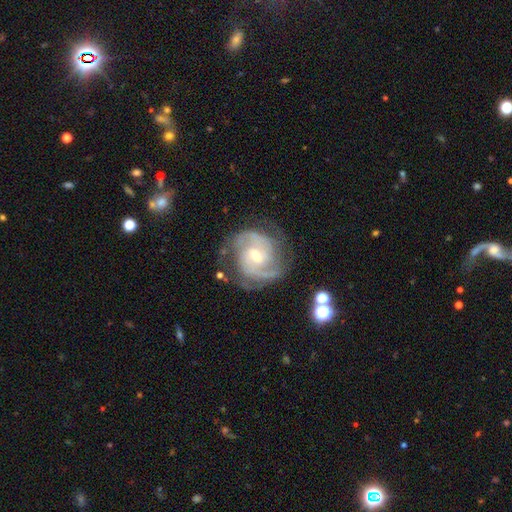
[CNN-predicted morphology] type=featured or disk (89%); edge-on=no (98%); bar=no (54%); spiral arms=yes (97%); winding=tight (51%); arm count=2 (52%); bulge=moderate (52%); merging=none (71%).